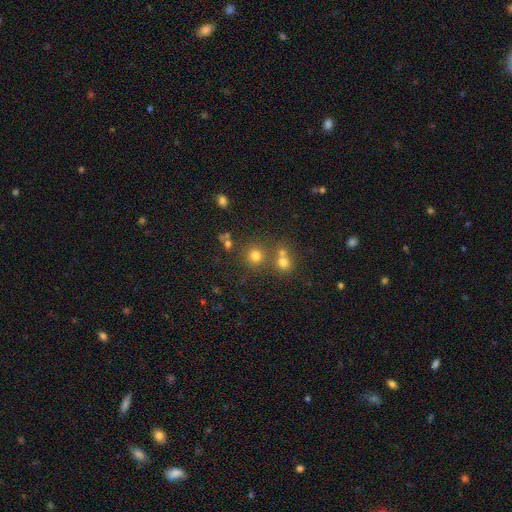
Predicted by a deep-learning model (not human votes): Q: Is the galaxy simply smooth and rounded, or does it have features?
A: smooth — 71%.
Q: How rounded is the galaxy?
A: round — 90%.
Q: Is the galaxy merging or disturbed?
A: none — 66%.